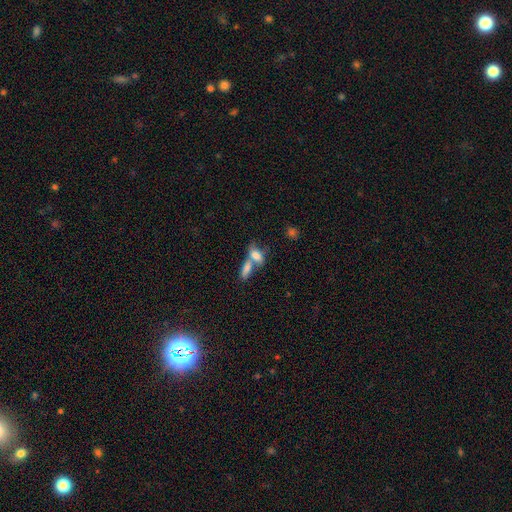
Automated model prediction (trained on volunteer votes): smooth 73%, featured or disk 18%, star or artifact 9%. Down the decision tree: how rounded — in between (78%); merging — merger (61%).